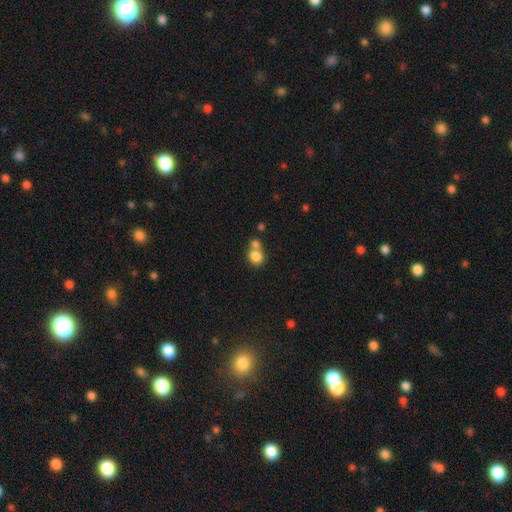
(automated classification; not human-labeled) smooth_or_featured: smooth (p=0.82) [alt: star or artifact p=0.10]
how_rounded: round (p=0.71) [alt: in between p=0.28]
merging: merger (p=0.46) [alt: none p=0.42]